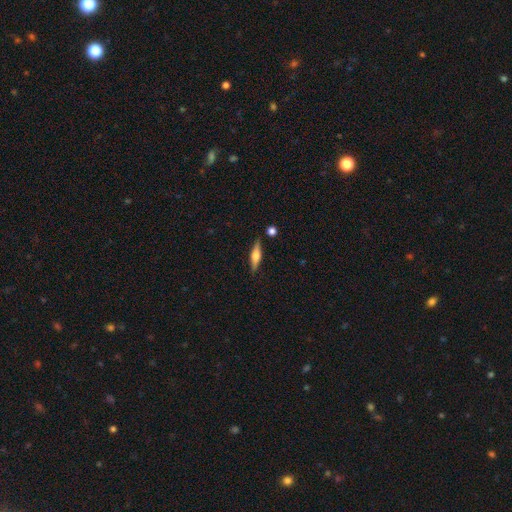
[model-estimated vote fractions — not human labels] Smooth or featured?
  - featured or disk: 54% *
  - smooth: 39%
  - star or artifact: 7%
Edge-on disk?
  - yes: 95% *
  - no: 5%
Edge-on bulge?
  - rounded: 87% *
  - boxy: 9%
  - none: 3%
Merging?
  - none: 85% *
  - minor disturbance: 9%
  - merger: 4%
  - major disturbance: 2%